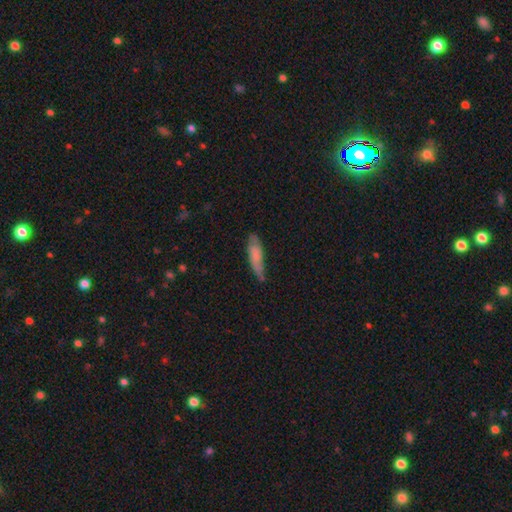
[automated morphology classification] smooth 69%, featured or disk 24%, star or artifact 7%. Down the decision tree: how rounded — cigar-shaped (66%); merging — none (57%).